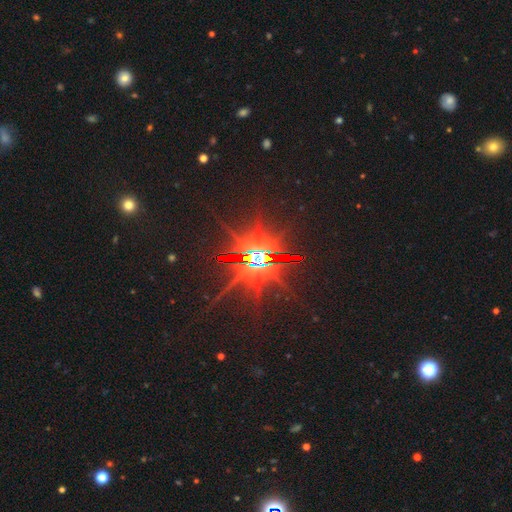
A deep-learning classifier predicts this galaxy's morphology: Smooth or featured: star or artifact — 79% (featured or disk — 14%)